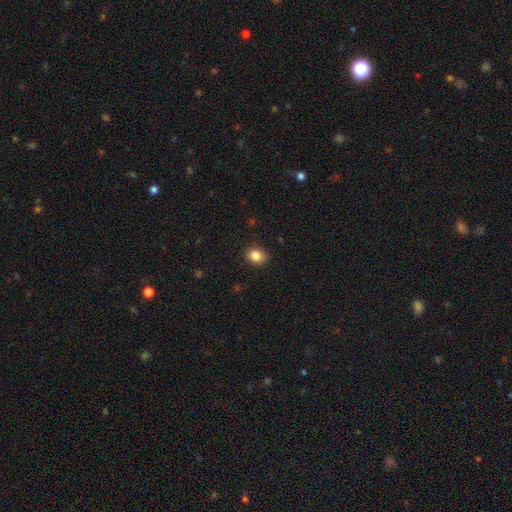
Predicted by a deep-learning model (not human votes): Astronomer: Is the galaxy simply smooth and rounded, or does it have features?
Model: smooth — 85%.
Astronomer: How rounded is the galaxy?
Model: round — 57% (runner-up: in between, 43%).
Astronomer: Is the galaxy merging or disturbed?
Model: none — 86%.